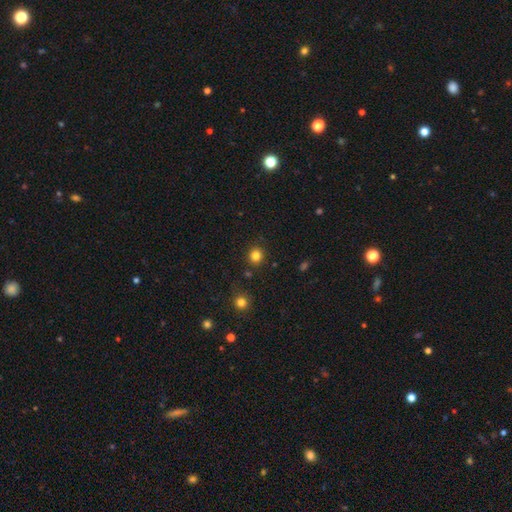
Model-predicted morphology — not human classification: Q: Smooth or featured?
A: smooth (82%); runner-up: star or artifact (14%)
Q: How rounded?
A: round (89%); runner-up: in between (10%)
Q: Merging?
A: none (88%); runner-up: minor disturbance (7%)